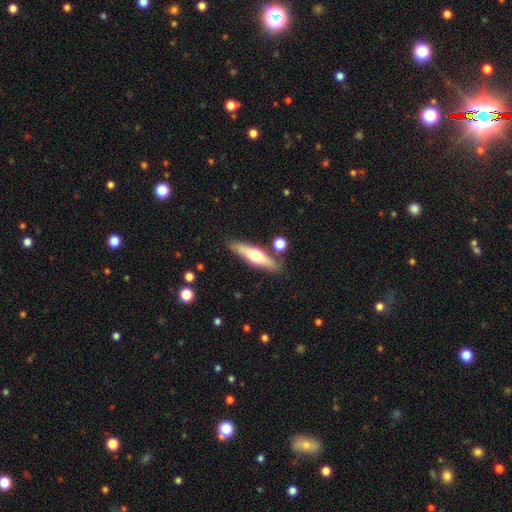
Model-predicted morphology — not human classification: Smooth or featured?
  - featured or disk: 52% *
  - smooth: 42%
  - star or artifact: 6%
Edge-on disk?
  - yes: 90% *
  - no: 10%
Merging?
  - none: 80% *
  - minor disturbance: 11%
  - merger: 6%
  - major disturbance: 3%